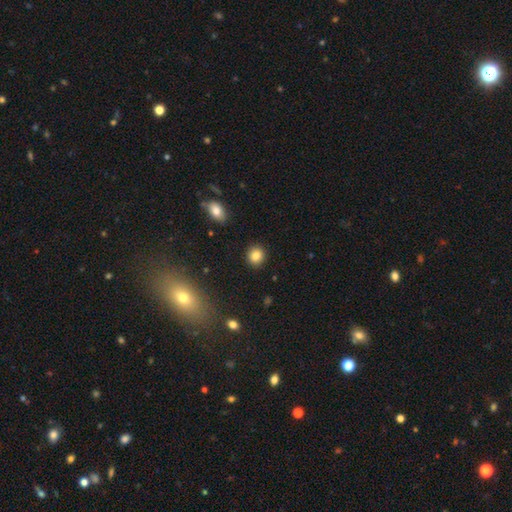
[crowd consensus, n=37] Smooth or featured: smooth — 89% (featured or disk — 5%)
How rounded: round — 85% (in between — 12%)
Merging: none — 94% (minor disturbance — 6%)